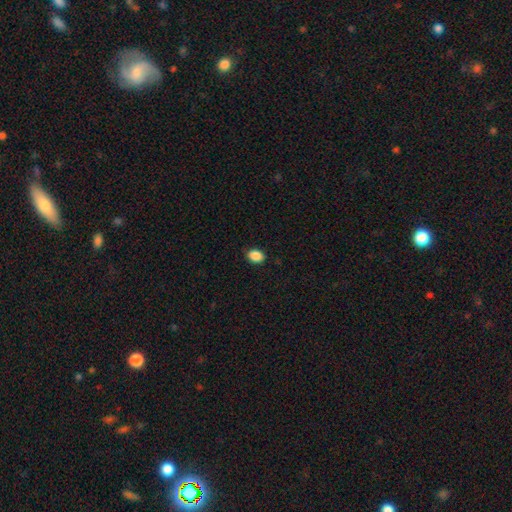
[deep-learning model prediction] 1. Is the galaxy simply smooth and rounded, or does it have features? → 89% smooth, 8% star or artifact, 3% featured or disk.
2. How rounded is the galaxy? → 74% in between, 25% round, 1% cigar-shaped.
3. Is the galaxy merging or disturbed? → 87% none, 10% minor disturbance, 2% major disturbance, 1% merger.